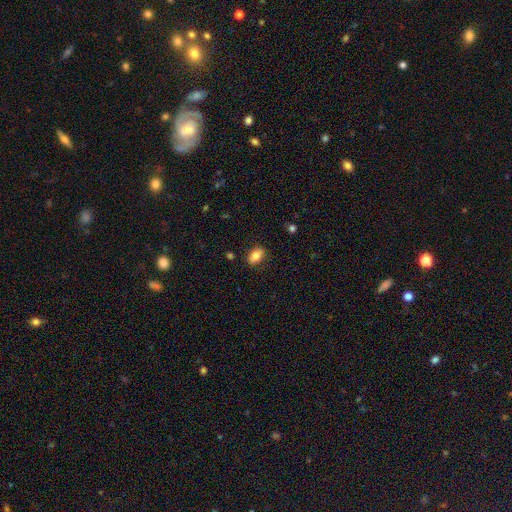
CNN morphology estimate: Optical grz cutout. It shows a smooth galaxy with no disk features (80%) that is in between round and cigar-shaped (87%). Merging: none (84%).